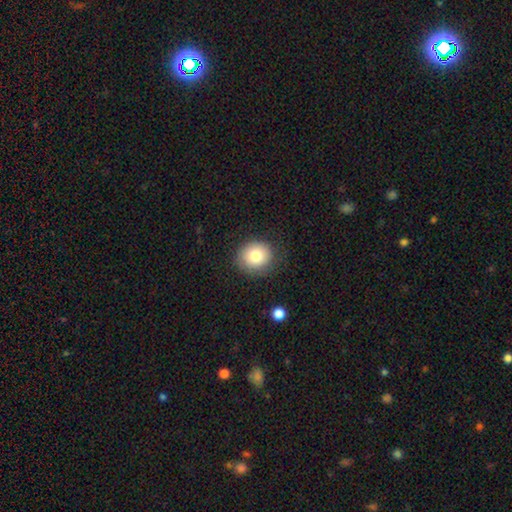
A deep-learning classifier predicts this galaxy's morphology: type=smooth (79%); roundness=round (78%); merging=none (81%).